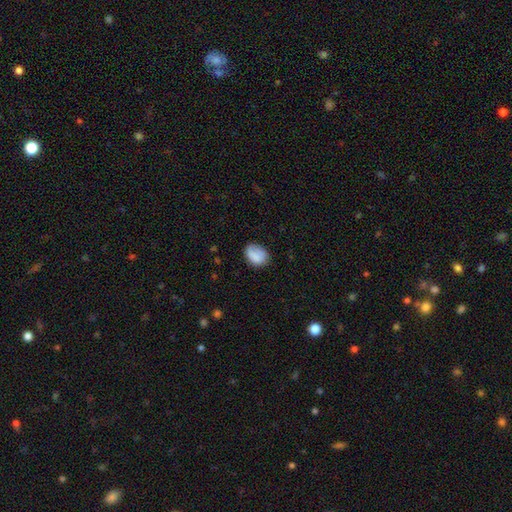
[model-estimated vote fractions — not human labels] This appears to be a smooth galaxy with no disk features (82%) that is in between round and cigar-shaped (73%). Merging: none (67%).